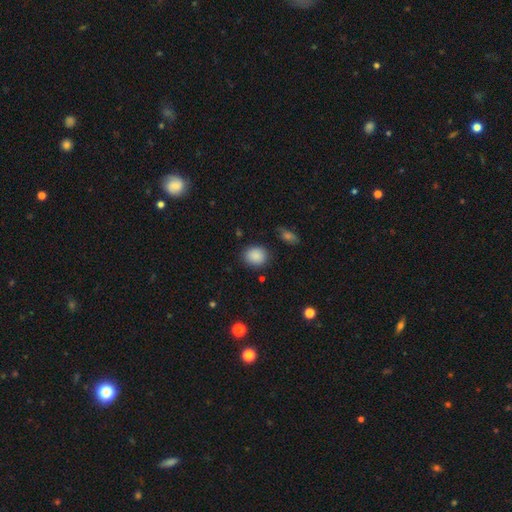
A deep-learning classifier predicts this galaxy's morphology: Smooth or featured? smooth (88%)
How rounded? round (67%)
Merging? none (85%)